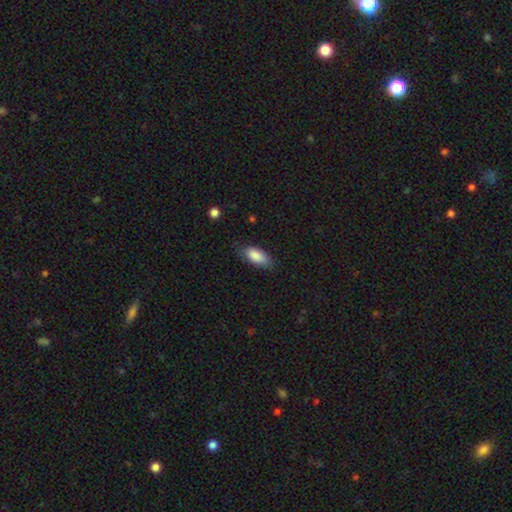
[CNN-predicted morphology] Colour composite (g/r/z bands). It shows a smooth galaxy with no disk features (87%) that is in between round and cigar-shaped (87%). Merging: none (75%).